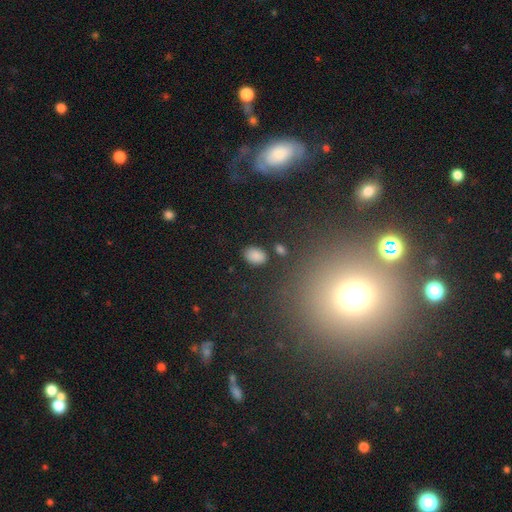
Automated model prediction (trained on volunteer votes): Morphology: type=smooth (85%); roundness=in between (81%); merging=none (81%).